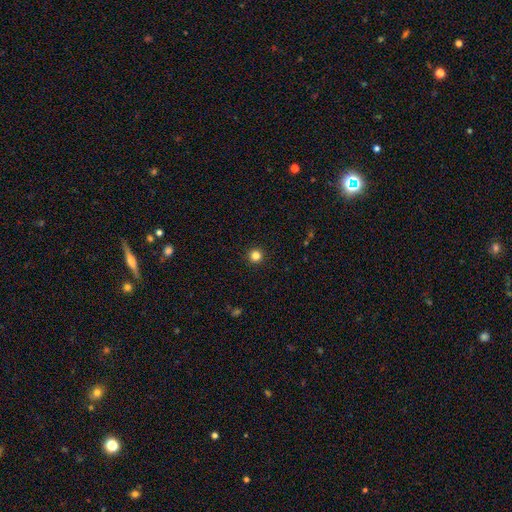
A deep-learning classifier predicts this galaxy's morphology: Q: Smooth or featured?
A: smooth (83%); runner-up: star or artifact (13%)
Q: How rounded?
A: round (96%); runner-up: in between (3%)
Q: Merging?
A: none (94%); runner-up: minor disturbance (4%)